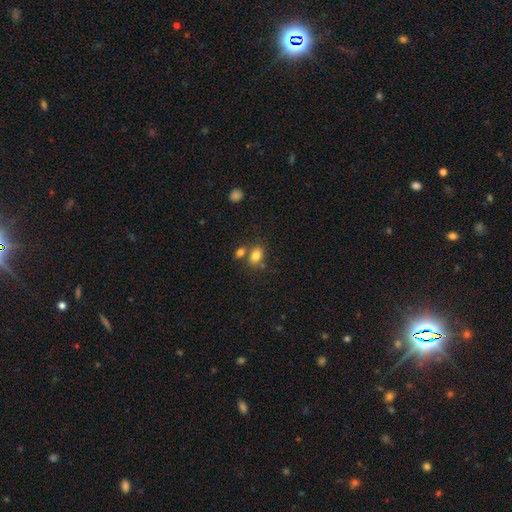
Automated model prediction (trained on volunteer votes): Smooth or featured? smooth (81%)
How rounded? in between (80%)
Merging? none (60%)